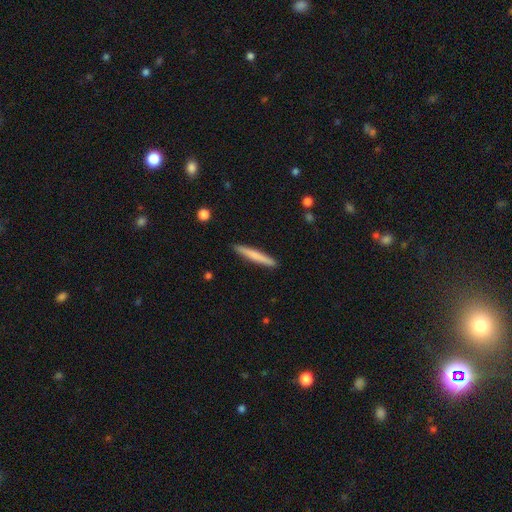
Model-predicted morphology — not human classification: smooth-or-featured: smooth: 68% | featured or disk: 27% | star or artifact: 5%
  how-rounded: cigar-shaped: 96% | in between: 3% | round: 1%
  merging: none: 91% | minor disturbance: 6% | major disturbance: 1% | merger: 1%